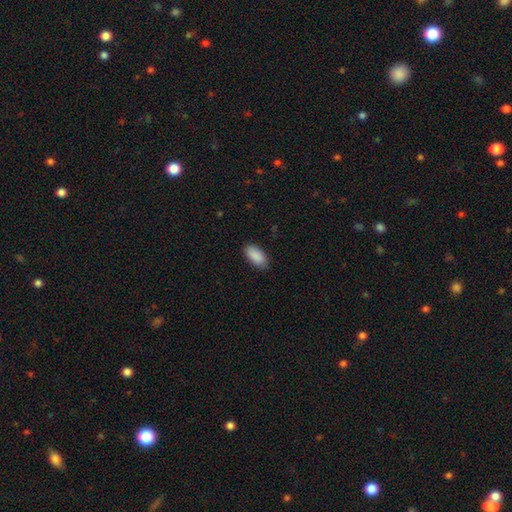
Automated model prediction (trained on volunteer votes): A smooth galaxy with no disk features (90%) that is in between round and cigar-shaped (93%).

Vote fractions:
- Smooth or featured? smooth: 90% / star or artifact: 6% / featured or disk: 4%
- How rounded? in between: 93% / cigar-shaped: 5% / round: 2%
- Merging? none: 86% / minor disturbance: 11% / major disturbance: 2% / merger: 1%